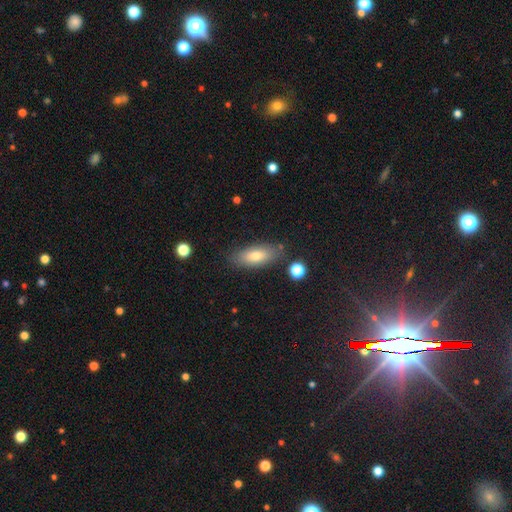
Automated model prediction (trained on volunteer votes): Q: Smooth or featured?
A: smooth (75%); runner-up: featured or disk (17%)
Q: How rounded?
A: in between (75%); runner-up: cigar-shaped (21%)
Q: Merging?
A: none (81%); runner-up: minor disturbance (13%)